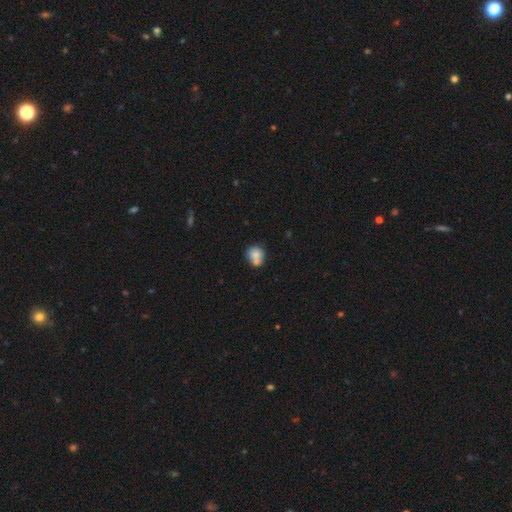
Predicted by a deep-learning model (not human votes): Smooth or featured?
  - smooth: 78% *
  - featured or disk: 13%
  - star or artifact: 9%
How rounded?
  - round: 81% *
  - in between: 18%
  - cigar-shaped: 1%
Merging?
  - none: 48% *
  - merger: 34%
  - minor disturbance: 13%
  - major disturbance: 4%